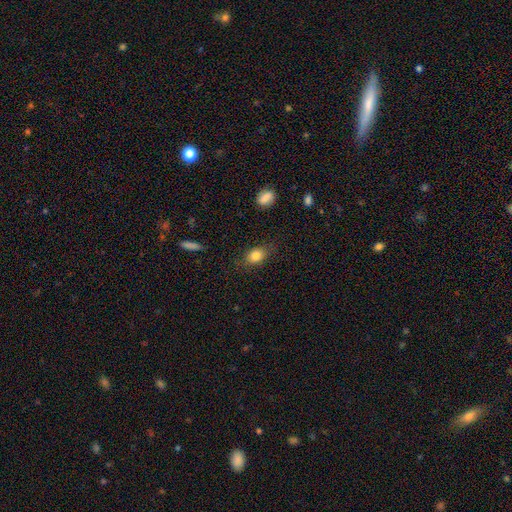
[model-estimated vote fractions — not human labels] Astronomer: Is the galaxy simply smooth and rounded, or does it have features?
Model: smooth — 82%.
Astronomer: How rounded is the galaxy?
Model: in between — 70%.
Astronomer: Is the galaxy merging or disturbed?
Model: none — 77%.